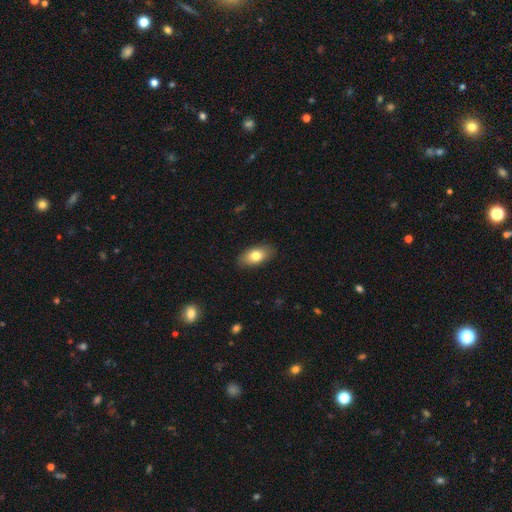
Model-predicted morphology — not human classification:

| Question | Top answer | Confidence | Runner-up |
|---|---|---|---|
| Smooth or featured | smooth | 76% | featured or disk (17%) |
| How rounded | in between | 90% | cigar-shaped (5%) |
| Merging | none | 87% | minor disturbance (10%) |